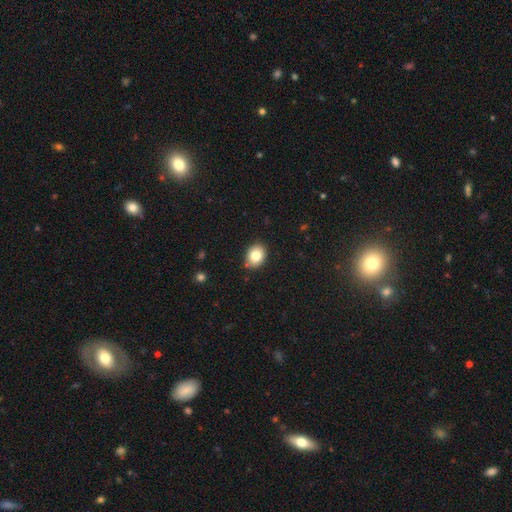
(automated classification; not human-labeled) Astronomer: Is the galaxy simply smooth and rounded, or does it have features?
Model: smooth — 81%.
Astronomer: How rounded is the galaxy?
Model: in between — 55% (runner-up: round, 44%).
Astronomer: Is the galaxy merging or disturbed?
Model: none — 84%.